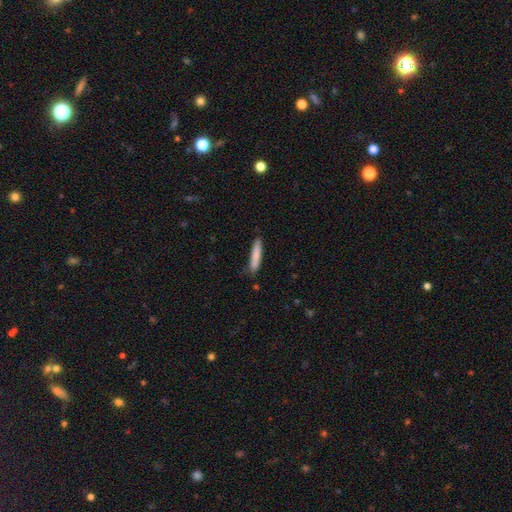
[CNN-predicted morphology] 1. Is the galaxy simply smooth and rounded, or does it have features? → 82% smooth, 12% featured or disk, 6% star or artifact.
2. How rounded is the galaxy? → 90% cigar-shaped, 9% in between, 1% round.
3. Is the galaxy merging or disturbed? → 78% none, 17% minor disturbance, 3% major disturbance, 2% merger.